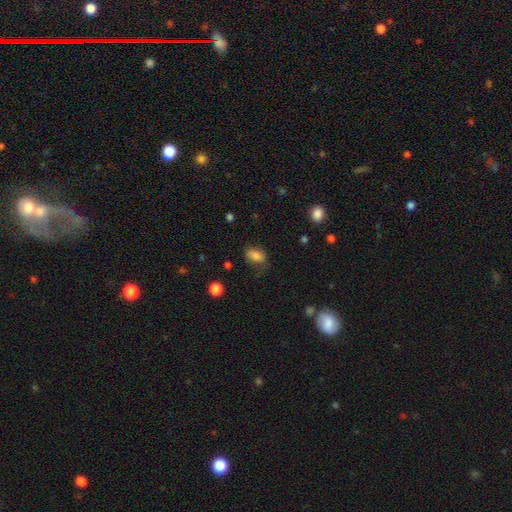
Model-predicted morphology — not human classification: Overall: smooth (82%). How rounded: in between (82%). Merging: none (60%; minor disturbance 27%).